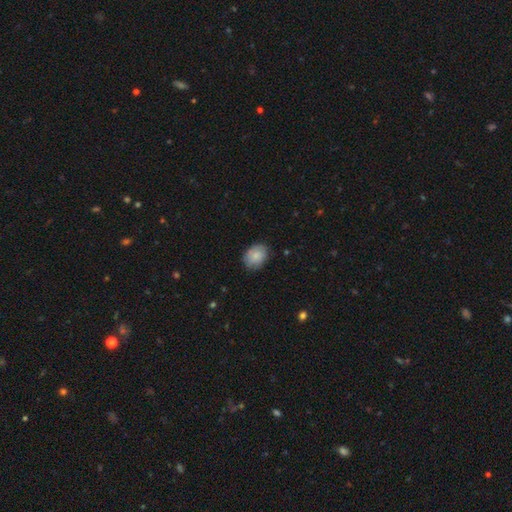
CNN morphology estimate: The model was most divided on "how rounded": in between: 61%, round: 38%, cigar-shaped: 1%. More confident: smooth or featured — smooth (79%); merging — none (78%).